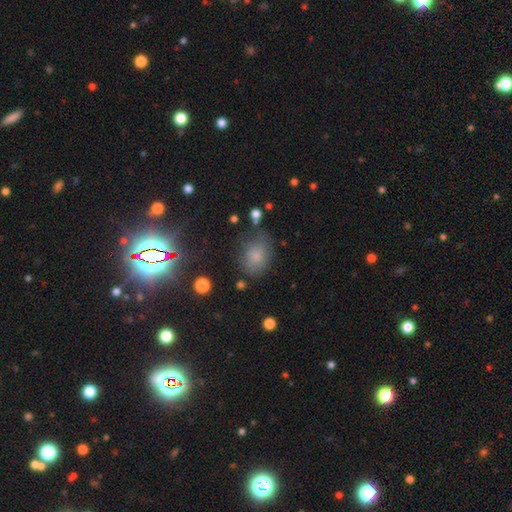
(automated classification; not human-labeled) smooth_or_featured: smooth (p=0.71) [alt: star or artifact p=0.17]
how_rounded: in between (p=0.63) [alt: round p=0.35]
merging: none (p=0.62) [alt: minor disturbance p=0.24]